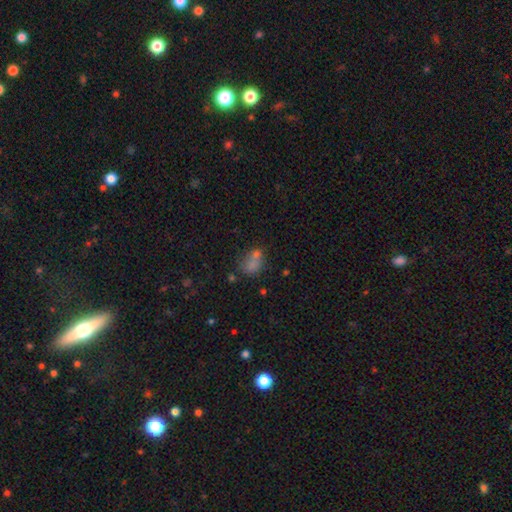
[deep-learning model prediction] A smooth galaxy with no disk features (66%) that is in between round and cigar-shaped (64%). Merging: merger (39%, tied with none).